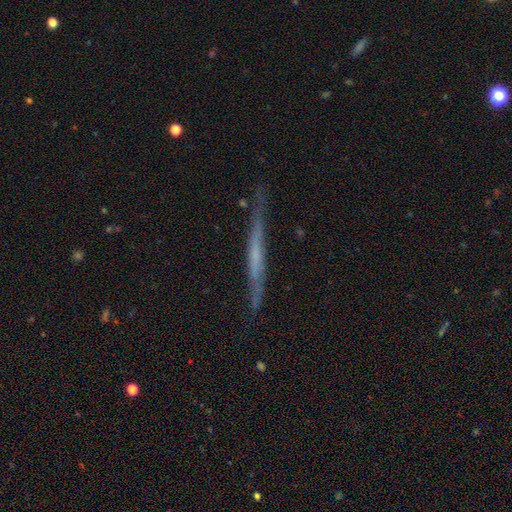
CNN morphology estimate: Smooth or featured?
  - featured or disk: 59% *
  - smooth: 34%
  - star or artifact: 7%
Edge-on disk?
  - yes: 94% *
  - no: 6%
Edge-on bulge?
  - none: 79% *
  - rounded: 11%
  - boxy: 9%
Merging?
  - none: 79% *
  - minor disturbance: 16%
  - major disturbance: 4%
  - merger: 2%